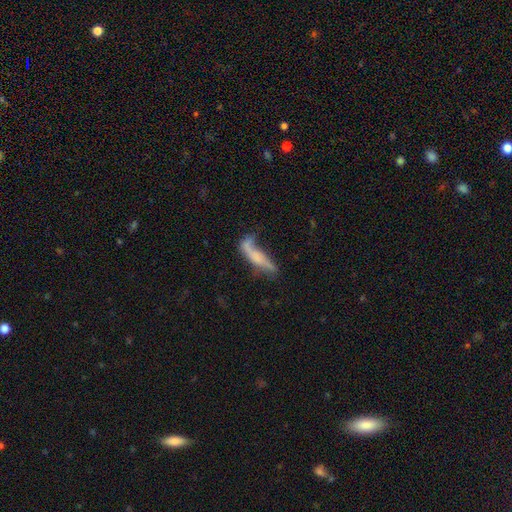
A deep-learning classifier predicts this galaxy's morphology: A smooth galaxy with no disk features (48%).

Vote fractions:
- Smooth or featured? smooth: 48% / featured or disk: 42% / star or artifact: 9%
- Merging? none: 36% / major disturbance: 26% / minor disturbance: 25% / merger: 13%